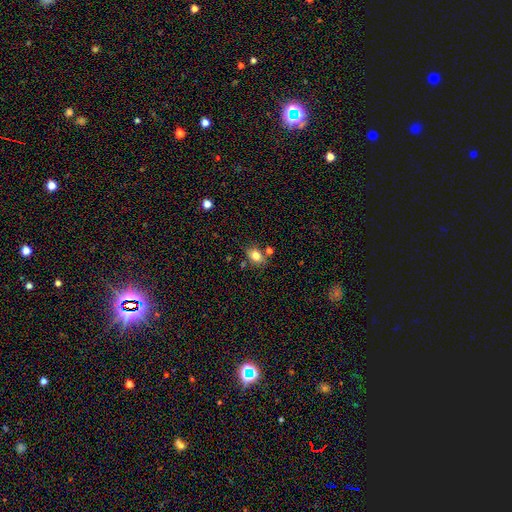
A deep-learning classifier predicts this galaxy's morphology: Overall: smooth (79%). How rounded: in between (67%; round 31%). Merging: none (70%).